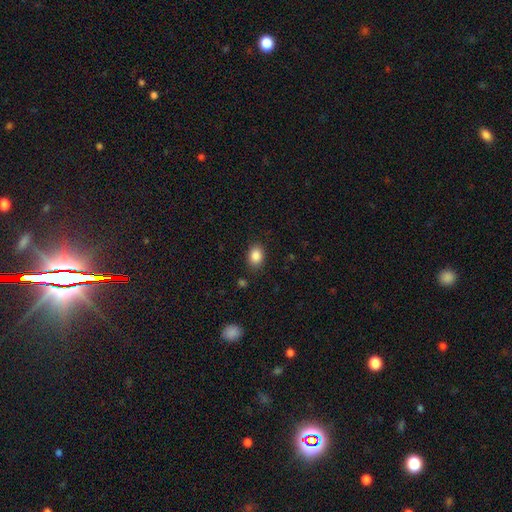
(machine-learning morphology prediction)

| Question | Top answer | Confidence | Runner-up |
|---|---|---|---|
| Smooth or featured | smooth | 87% | star or artifact (9%) |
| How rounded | in between | 71% | round (28%) |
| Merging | none | 85% | minor disturbance (11%) |